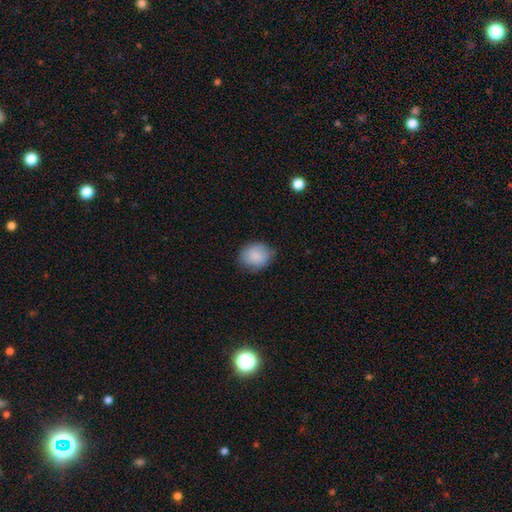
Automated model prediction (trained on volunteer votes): Q: Smooth or featured?
A: smooth (84%); runner-up: featured or disk (10%)
Q: How rounded?
A: round (58%); runner-up: in between (41%)
Q: Merging?
A: none (78%); runner-up: minor disturbance (17%)